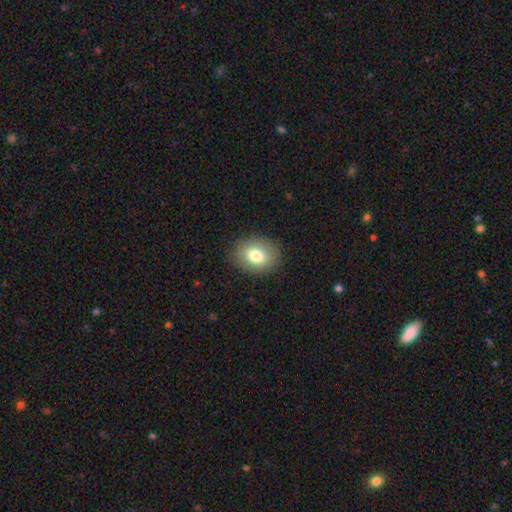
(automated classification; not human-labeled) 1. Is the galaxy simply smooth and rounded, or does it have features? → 79% smooth, 12% featured or disk, 9% star or artifact.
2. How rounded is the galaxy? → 63% in between, 36% round, 1% cigar-shaped.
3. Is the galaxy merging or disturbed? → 87% none, 9% minor disturbance, 3% major disturbance, 1% merger.